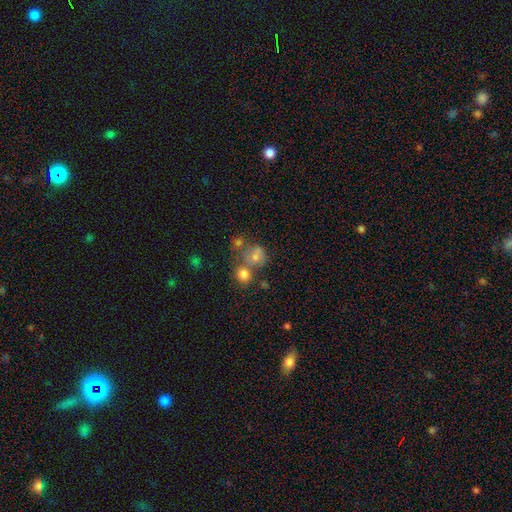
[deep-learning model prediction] A smooth galaxy with no disk features (68%) that is round (72%).

Vote fractions:
- Smooth or featured? smooth: 68% / featured or disk: 17% / star or artifact: 15%
- How rounded? round: 72% / in between: 27% / cigar-shaped: 1%
- Merging? none: 42% / merger: 37% / minor disturbance: 13% / major disturbance: 8%